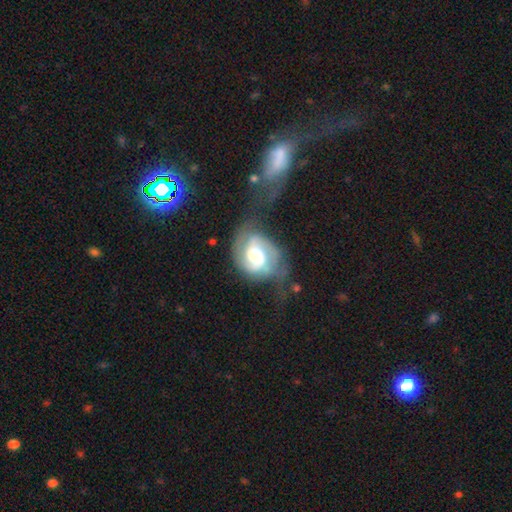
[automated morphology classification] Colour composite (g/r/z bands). It shows a featured or disk galaxy (75%) with no bar (55%), 2 (72%) medium (44%) spiral arms (91%) and a moderate central bulge (47%). Merging: none (35%).